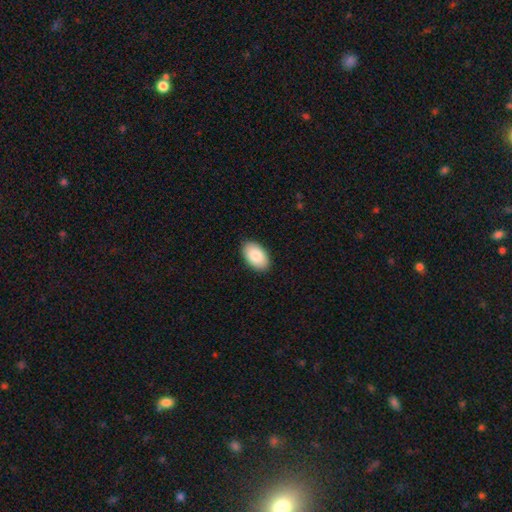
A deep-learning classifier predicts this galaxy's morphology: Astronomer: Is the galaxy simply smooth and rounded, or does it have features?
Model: smooth — 87%.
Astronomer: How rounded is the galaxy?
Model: in between — 94%.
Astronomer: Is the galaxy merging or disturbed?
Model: none — 89%.